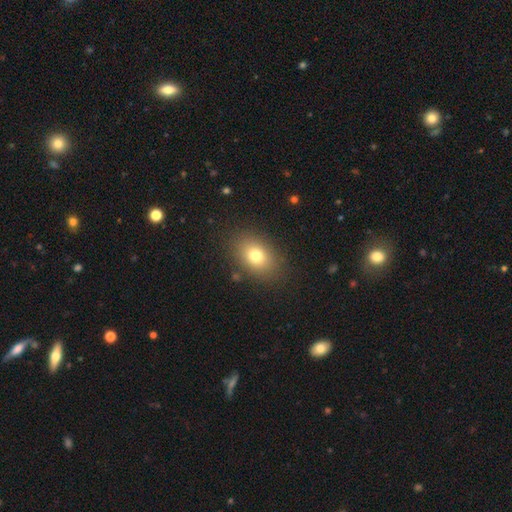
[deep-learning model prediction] Smooth or featured: smooth — 76% (featured or disk — 12%)
How rounded: in between — 73% (round — 26%)
Merging: none — 86% (minor disturbance — 9%)